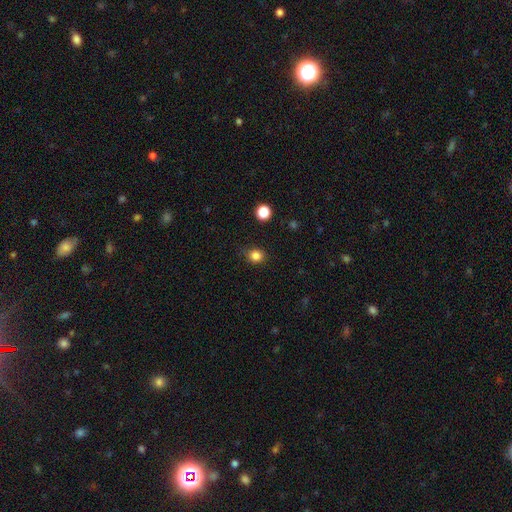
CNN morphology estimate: Q: Smooth or featured?
A: smooth (83%); runner-up: star or artifact (13%)
Q: How rounded?
A: round (76%); runner-up: in between (23%)
Q: Merging?
A: none (79%); runner-up: minor disturbance (16%)